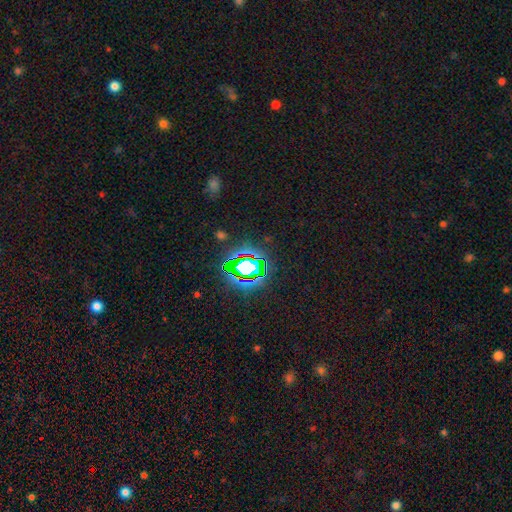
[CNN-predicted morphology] smooth_or_featured: star or artifact (p=0.77) [alt: smooth p=0.15]